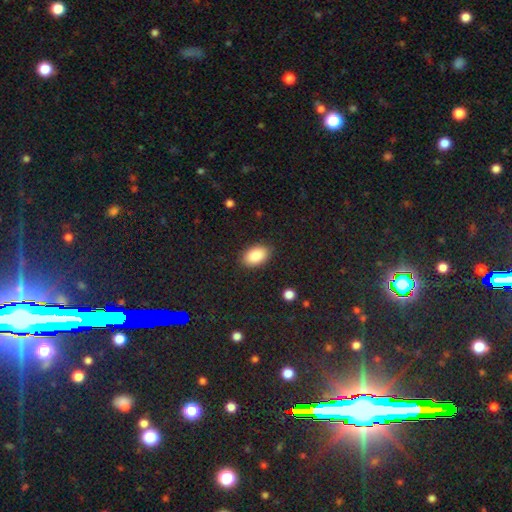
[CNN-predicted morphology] type=smooth (87%); roundness=in between (91%); merging=none (87%).